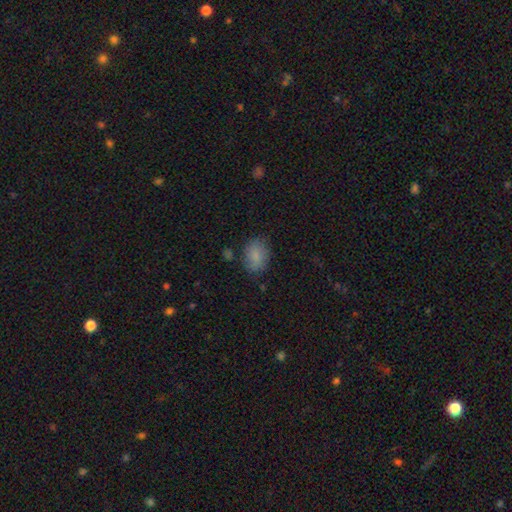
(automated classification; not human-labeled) The model was most divided on "how rounded": in between: 70%, round: 29%, cigar-shaped: 1%. More confident: smooth or featured — smooth (82%); merging — none (76%).